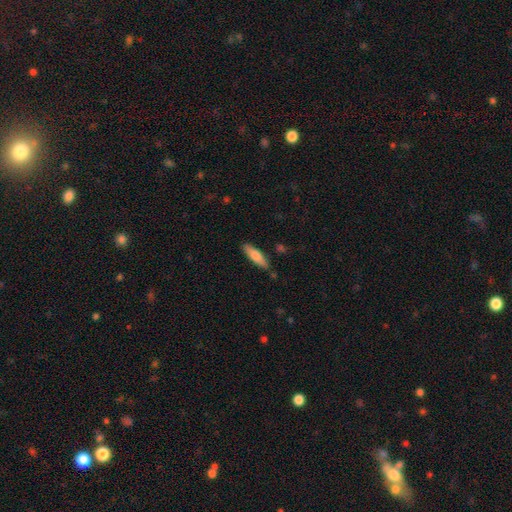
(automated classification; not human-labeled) Overall: smooth (72%). How rounded: cigar-shaped (65%; in between 33%). Merging: none (85%).